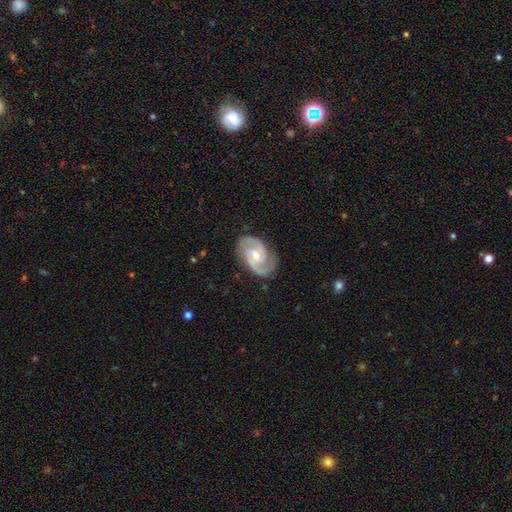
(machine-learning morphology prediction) This appears to be a featured or disk galaxy (90%) with a weak bar (51%), 2 (92%) medium (51%) spiral arms (98%) and a moderate central bulge (55%). Merging: none (82%).